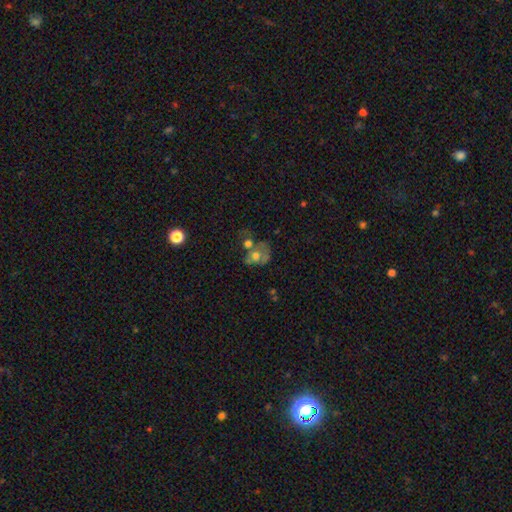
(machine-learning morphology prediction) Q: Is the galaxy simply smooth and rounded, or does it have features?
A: smooth — 50%.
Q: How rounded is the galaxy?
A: in between — 52%.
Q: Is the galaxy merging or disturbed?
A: merger — 46%.